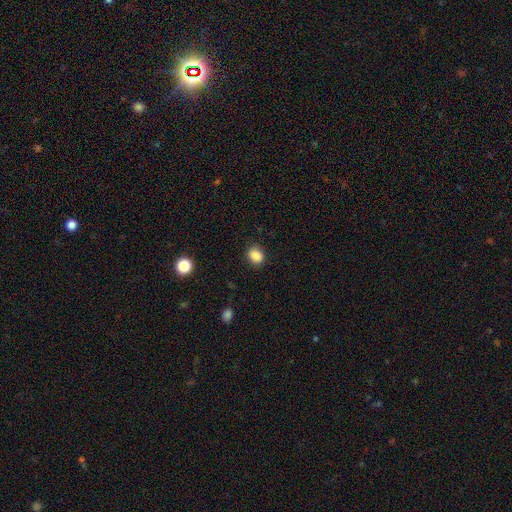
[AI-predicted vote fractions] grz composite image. It shows a smooth galaxy with no disk features (87%) that is round (53%). Merging: none (85%).